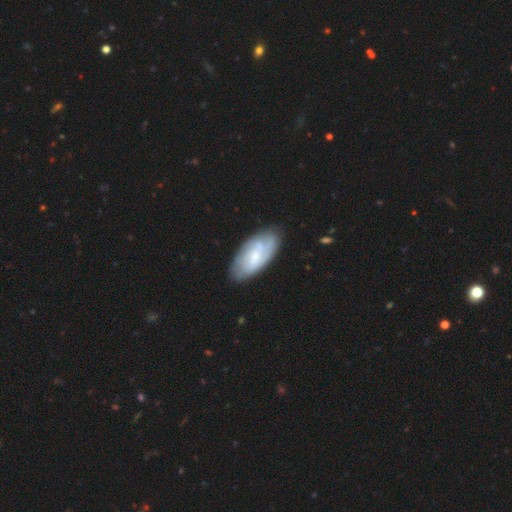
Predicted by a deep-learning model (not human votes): This is possibly a featured or disk galaxy (49%). Merging: likely none (76%).